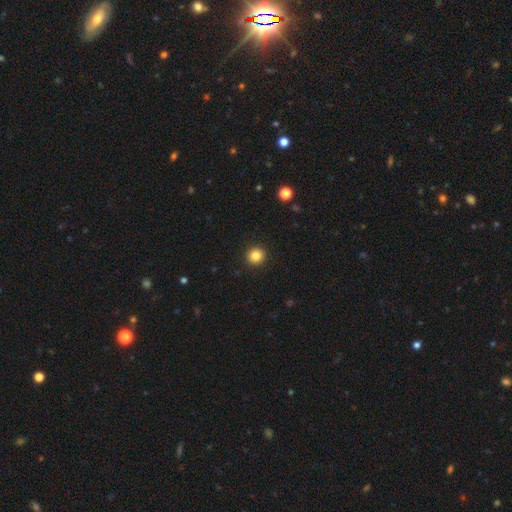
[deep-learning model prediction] A smooth galaxy with no disk features (84%) that is round (92%). Merging: none (93%).